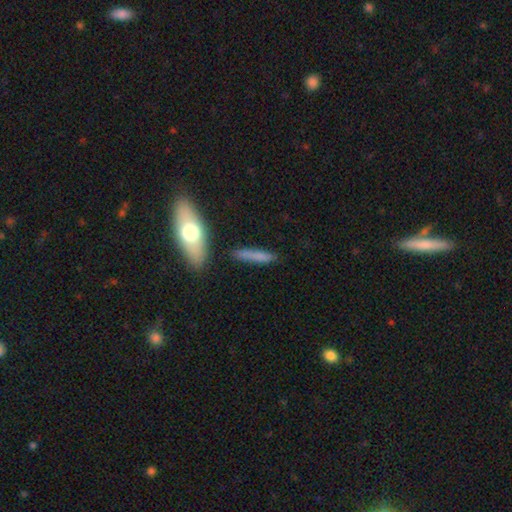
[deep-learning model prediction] Smooth or featured: smooth — 70% (featured or disk — 23%)
How rounded: cigar-shaped — 85% (in between — 12%)
Merging: none — 80% (minor disturbance — 12%)